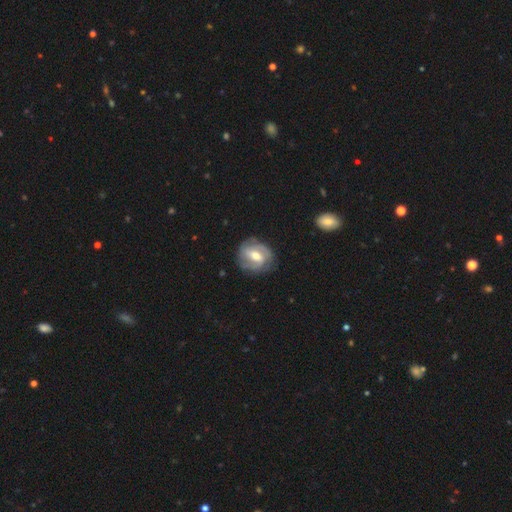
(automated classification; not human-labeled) Smooth or featured? featured or disk (77%)
Edge-on disk? no (97%)
Bar? weak (50%)
Spiral arms? yes (89%)
Spiral winding? tight (52%)
Spiral arm count? 2 (46%)
Bulge size? moderate (68%)
Merging? none (76%)